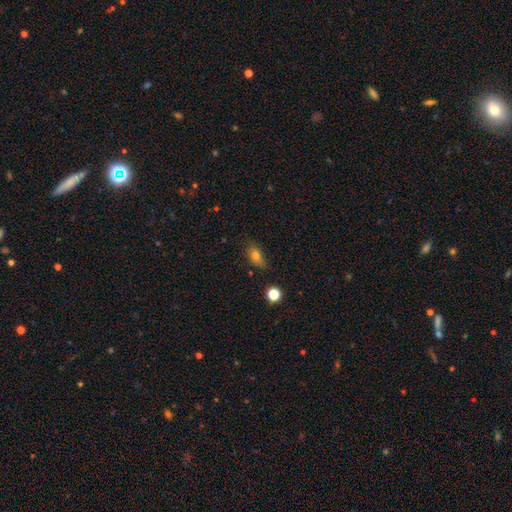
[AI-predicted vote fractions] This is likely a smooth galaxy (75%). How rounded: likely in between (79%). Merging: likely none (72%).